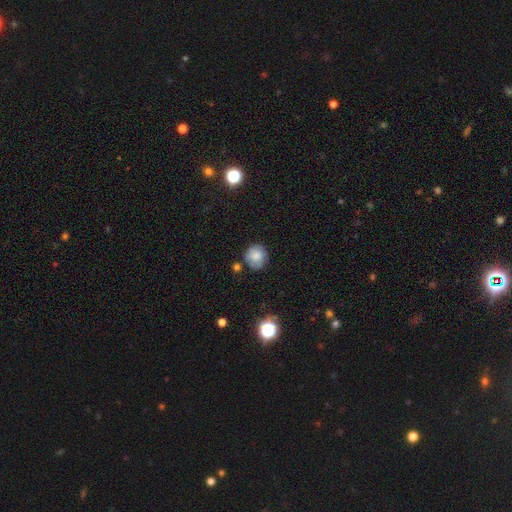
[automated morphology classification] Overall: smooth (76%). How rounded: round (86%). Merging: none (73%).